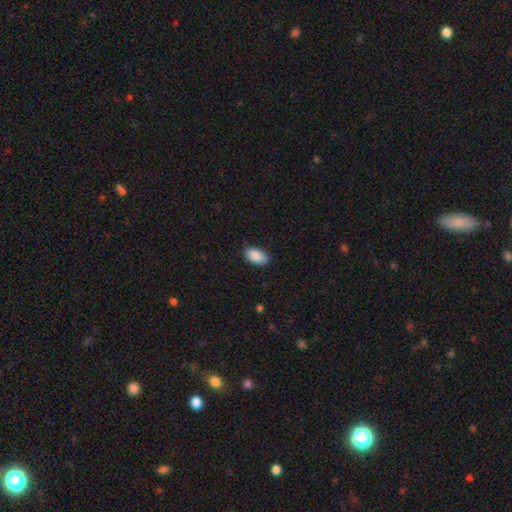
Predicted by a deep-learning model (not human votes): Morphology: type=smooth (89%); roundness=in between (94%); merging=none (80%).